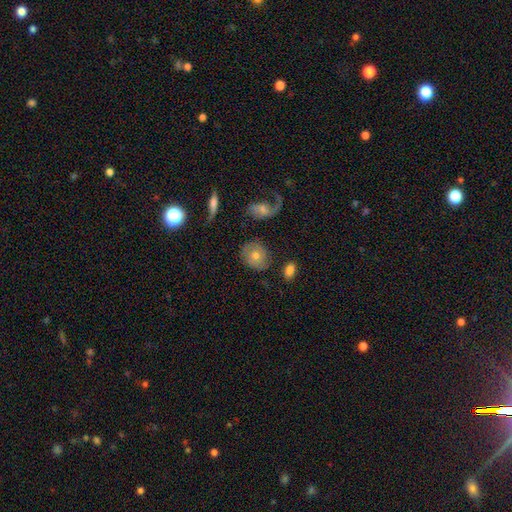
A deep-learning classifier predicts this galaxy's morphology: This appears to be a smooth galaxy with no disk features (48%). Merging: none (74%).